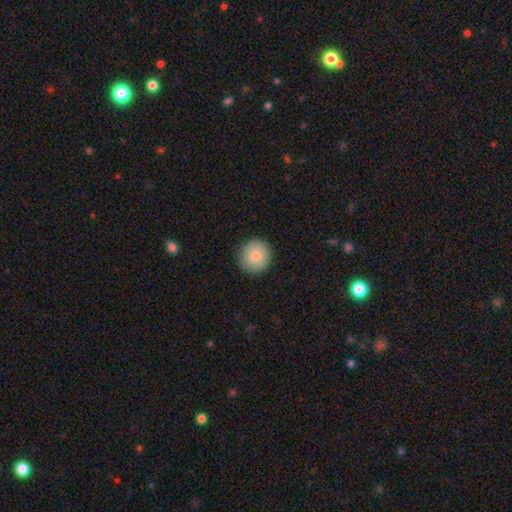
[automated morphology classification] Smooth or featured? smooth (83%)
How rounded? round (93%)
Merging? none (90%)